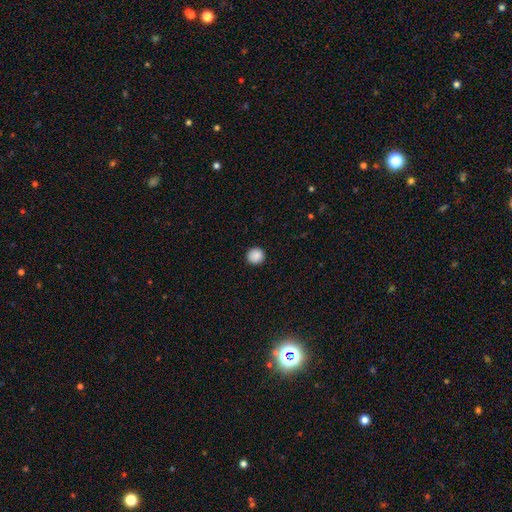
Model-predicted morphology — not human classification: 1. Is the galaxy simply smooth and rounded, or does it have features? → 88% smooth, 9% star or artifact, 3% featured or disk.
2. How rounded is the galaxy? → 94% round, 5% in between, 1% cigar-shaped.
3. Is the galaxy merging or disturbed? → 92% none, 6% minor disturbance, 2% major disturbance, 1% merger.